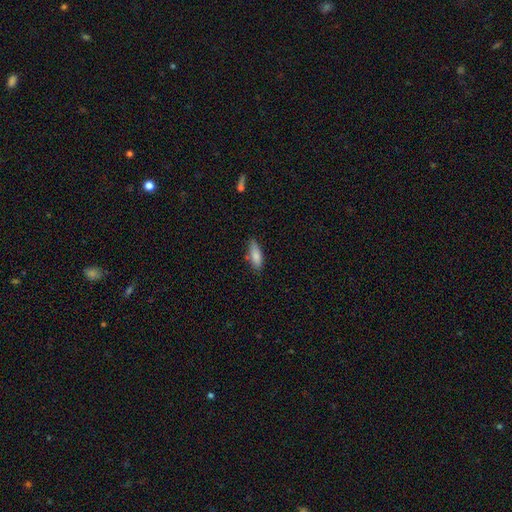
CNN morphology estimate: This is clearly a smooth galaxy (83%). How rounded: possibly in between (59%). Merging: likely none (77%).